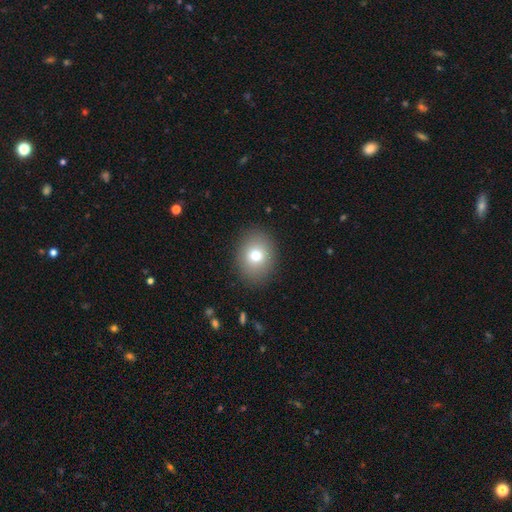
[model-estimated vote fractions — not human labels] Smooth or featured? smooth (76%)
How rounded? round (57%)
Merging? none (88%)